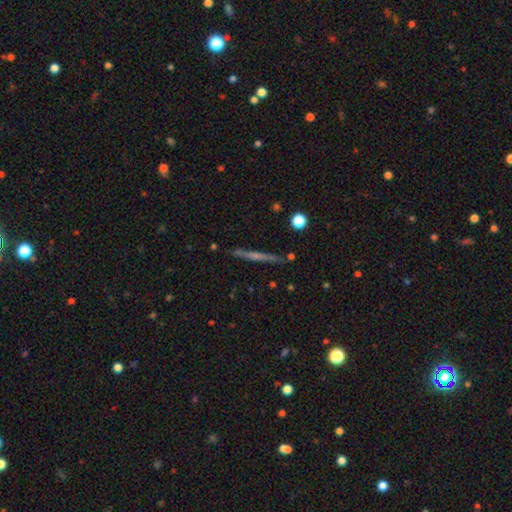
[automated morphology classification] A featured or disk galaxy (63%) viewed edge-on (97%) with no central bulge (56%). Merging: none (89%).